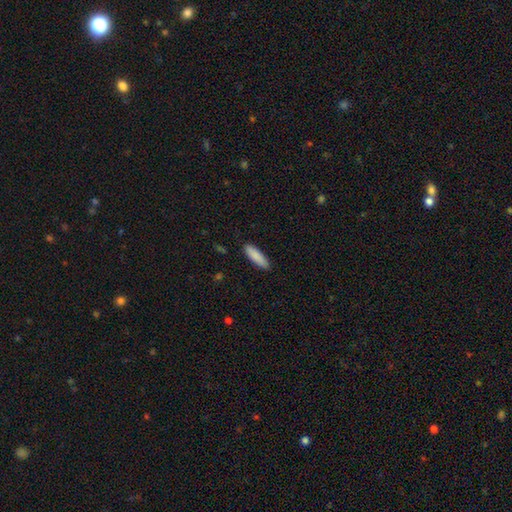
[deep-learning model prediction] A smooth galaxy with no disk features (87%) that is cigar-shaped (58%).

Vote fractions:
- Smooth or featured? smooth: 87% / featured or disk: 7% / star or artifact: 6%
- How rounded? cigar-shaped: 58% / in between: 41% / round: 1%
- Merging? none: 89% / minor disturbance: 9% / major disturbance: 2% / merger: 1%